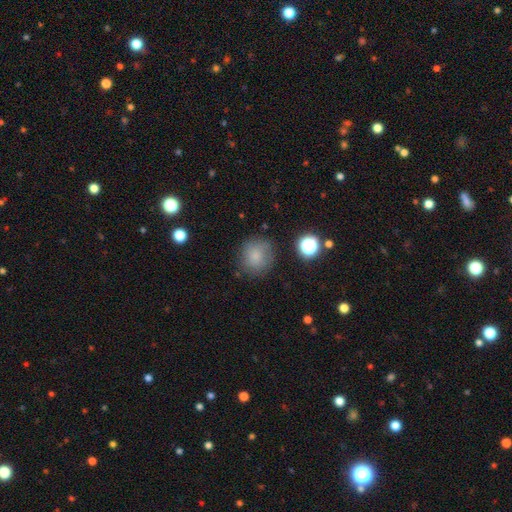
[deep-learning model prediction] smooth-or-featured: smooth: 79% | star or artifact: 12% | featured or disk: 9%
  how-rounded: round: 89% | in between: 10% | cigar-shaped: 1%
  merging: none: 76% | minor disturbance: 16% | major disturbance: 5% | merger: 3%